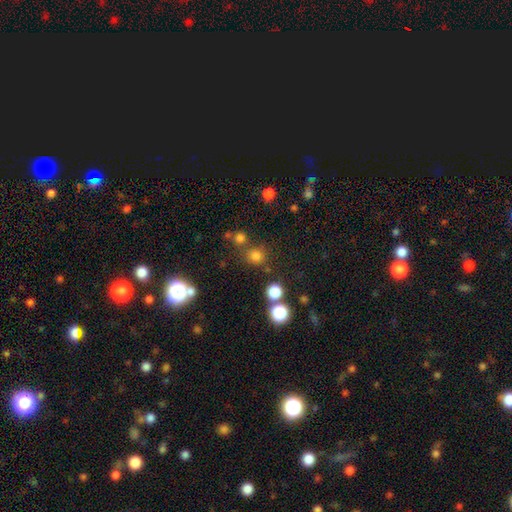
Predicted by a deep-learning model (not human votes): Overall: smooth (75%). How rounded: round (89%). Merging: none (76%).